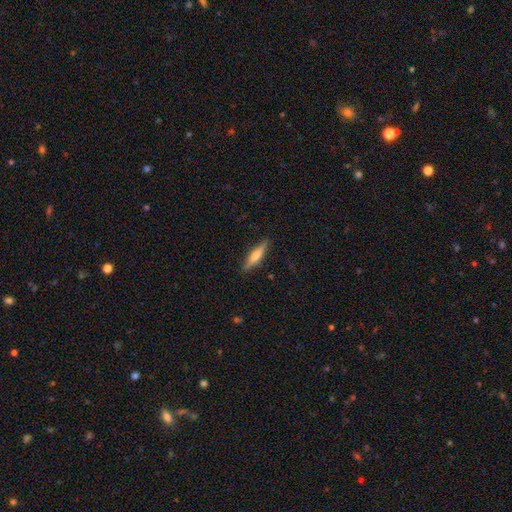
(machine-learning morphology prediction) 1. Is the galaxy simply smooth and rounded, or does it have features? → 48% smooth, 45% featured or disk, 6% star or artifact.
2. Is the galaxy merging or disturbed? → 88% none, 9% minor disturbance, 2% major disturbance, 1% merger.